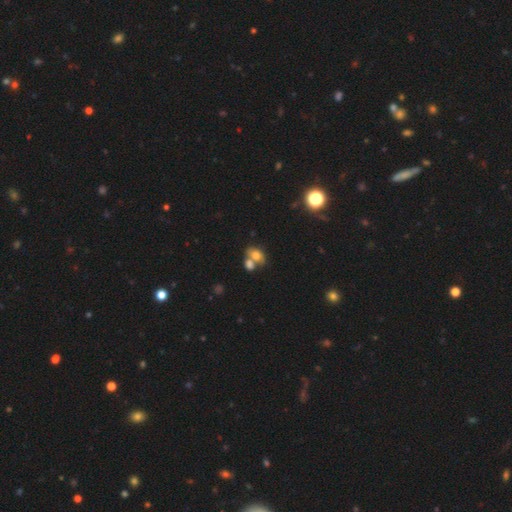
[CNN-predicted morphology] The model was most divided on "merging": merger: 53%, none: 32%, minor disturbance: 10%, major disturbance: 5%. More confident: how rounded — in between (73%); smooth or featured — smooth (73%).